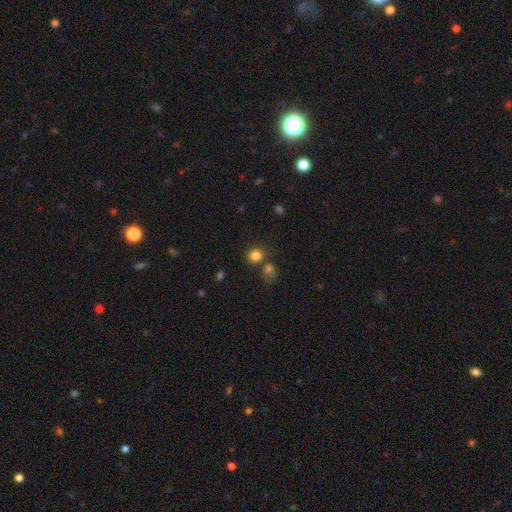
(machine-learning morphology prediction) smooth 82%, star or artifact 13%, featured or disk 6%. Down the decision tree: how rounded — round (81%); merging — none (66%).